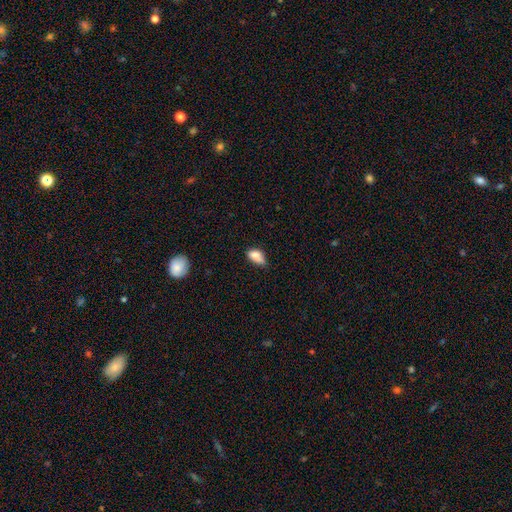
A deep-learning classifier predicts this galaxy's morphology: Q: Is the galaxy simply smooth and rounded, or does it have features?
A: smooth — 80%.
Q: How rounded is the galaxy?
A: in between — 88%.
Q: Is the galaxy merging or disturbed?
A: minor disturbance — 41%.